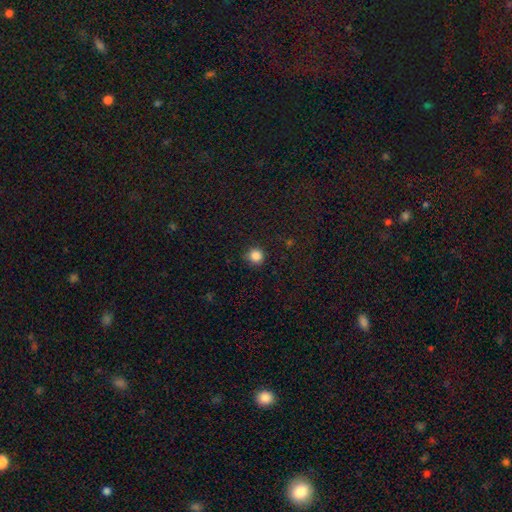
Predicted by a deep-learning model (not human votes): Smooth or featured?
  - smooth: 85% *
  - star or artifact: 12%
  - featured or disk: 3%
How rounded?
  - round: 93% *
  - in between: 6%
  - cigar-shaped: 1%
Merging?
  - none: 86% *
  - minor disturbance: 10%
  - major disturbance: 2%
  - merger: 1%